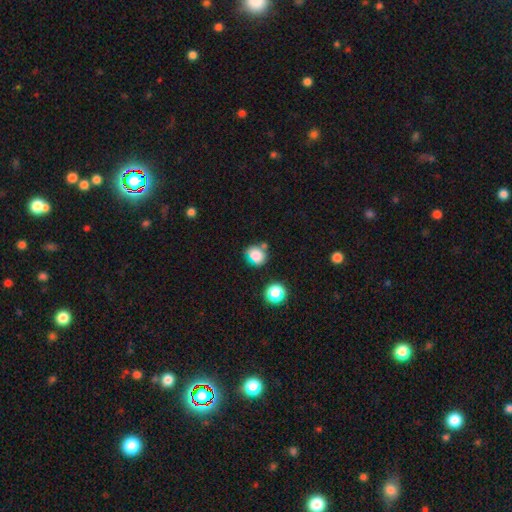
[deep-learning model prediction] smooth-or-featured: smooth: 78% | star or artifact: 14% | featured or disk: 8%
  how-rounded: round: 66% | in between: 32% | cigar-shaped: 1%
  merging: none: 64% | minor disturbance: 18% | merger: 12% | major disturbance: 5%